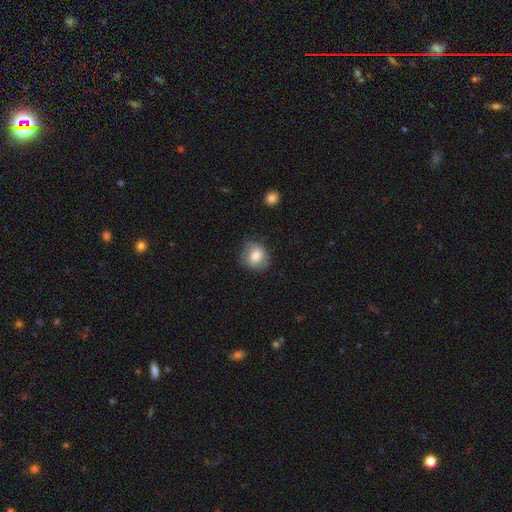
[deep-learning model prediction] Overall: smooth (71%). How rounded: round (74%). Merging: none (69%).